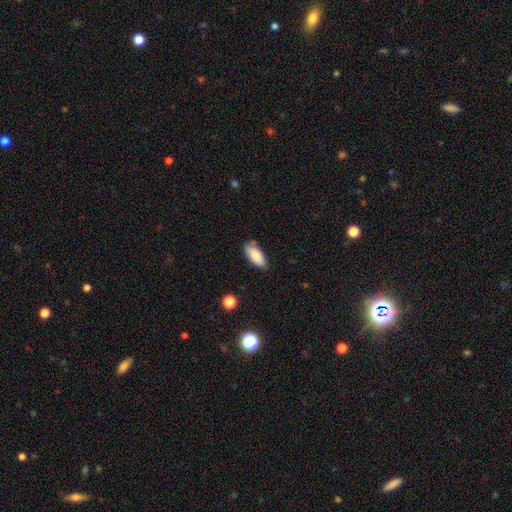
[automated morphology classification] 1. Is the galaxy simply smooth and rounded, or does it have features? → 85% smooth, 9% featured or disk, 7% star or artifact.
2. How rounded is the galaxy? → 83% in between, 15% cigar-shaped, 2% round.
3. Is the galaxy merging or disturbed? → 72% none, 21% minor disturbance, 4% merger, 3% major disturbance.